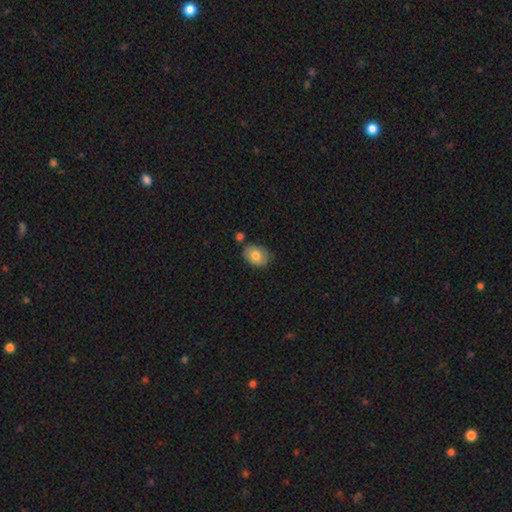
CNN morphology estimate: Smooth or featured? Predicted: smooth (p=0.79). How rounded? Predicted: in between (p=0.74). Merging? Predicted: none (p=0.75).